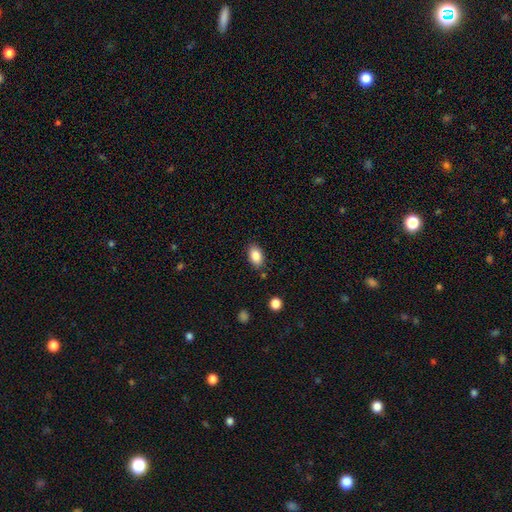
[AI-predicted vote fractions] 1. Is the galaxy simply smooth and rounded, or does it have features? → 86% smooth, 8% star or artifact, 6% featured or disk.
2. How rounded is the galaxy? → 89% in between, 9% round, 2% cigar-shaped.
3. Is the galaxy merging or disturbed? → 83% none, 11% minor disturbance, 3% merger, 3% major disturbance.